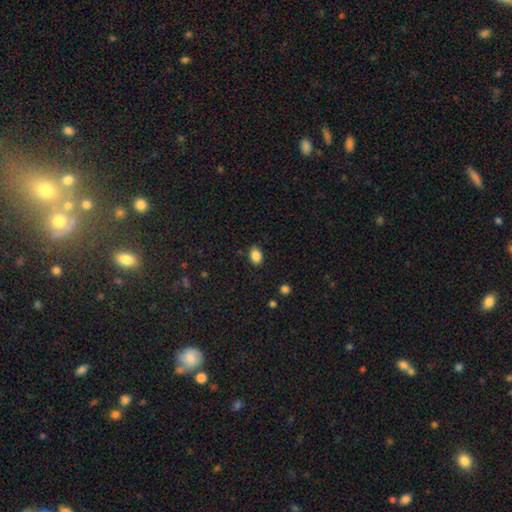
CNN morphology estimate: This appears to be a smooth galaxy with no disk features (87%) that is in between round and cigar-shaped (78%). Merging: none (82%).